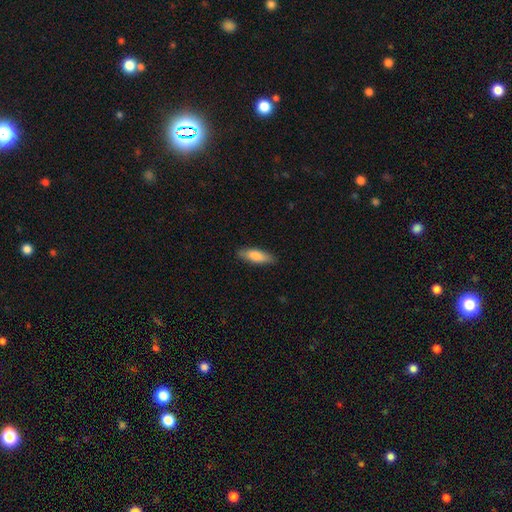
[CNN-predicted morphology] Smooth or featured? smooth (80%)
How rounded? in between (54%)
Merging? none (86%)